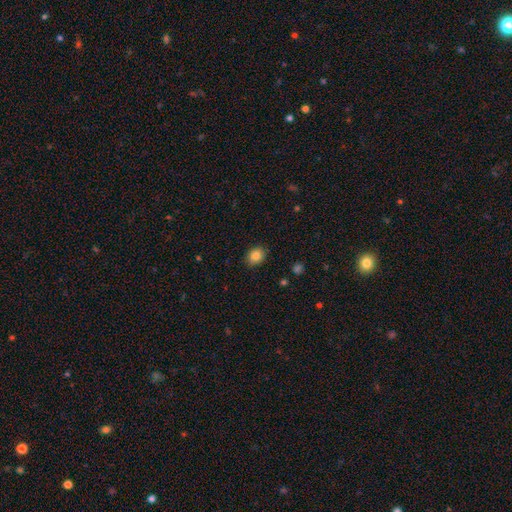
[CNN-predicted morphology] smooth-or-featured: smooth: 85% | star or artifact: 9% | featured or disk: 6%
  how-rounded: in between: 54% | round: 45% | cigar-shaped: 1%
  merging: none: 87% | minor disturbance: 10% | major disturbance: 2% | merger: 1%